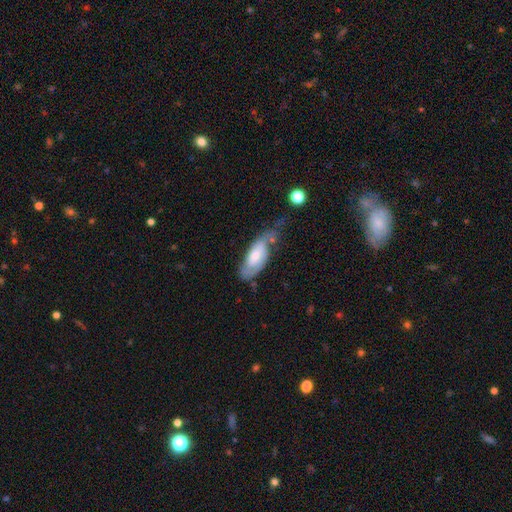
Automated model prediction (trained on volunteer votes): A smooth galaxy with no disk features (55%) that is in between round and cigar-shaped (83%).

Vote fractions:
- Smooth or featured? smooth: 55% / featured or disk: 39% / star or artifact: 6%
- How rounded? in between: 83% / cigar-shaped: 15% / round: 2%
- Merging? minor disturbance: 34% / none: 30% / major disturbance: 26% / merger: 10%